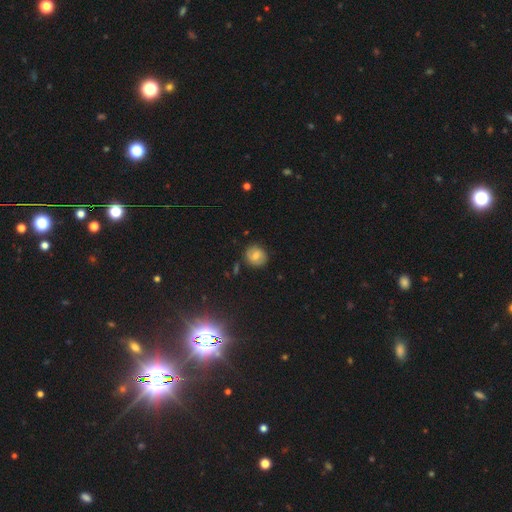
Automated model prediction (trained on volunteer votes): Morphology: type=smooth (63%); roundness=round (80%); merging=none (81%).